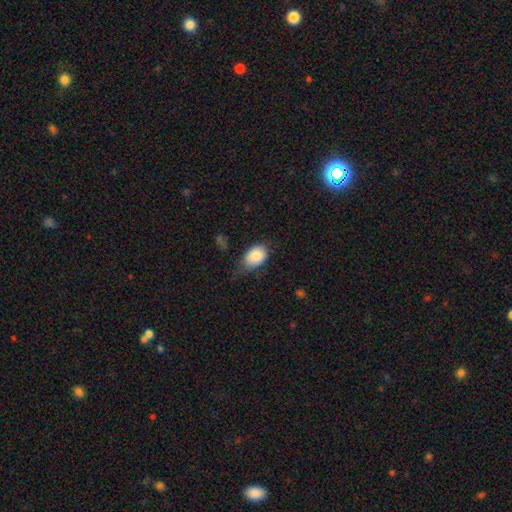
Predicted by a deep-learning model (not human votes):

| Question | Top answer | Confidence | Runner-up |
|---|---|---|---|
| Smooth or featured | smooth | 83% | featured or disk (10%) |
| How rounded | in between | 80% | round (19%) |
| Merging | none | 49% | minor disturbance (36%) |